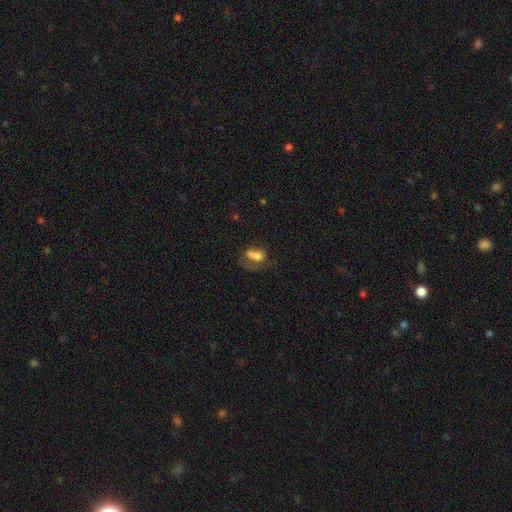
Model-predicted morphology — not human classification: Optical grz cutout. It shows a smooth galaxy with no disk features (59%) that is in between round and cigar-shaped (73%). Merging: none (29%, tied with major disturbance).